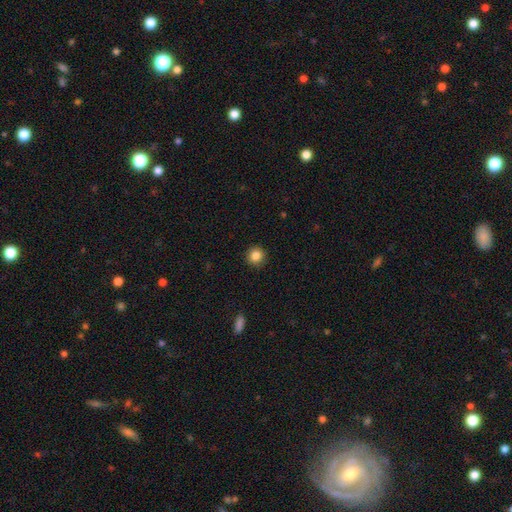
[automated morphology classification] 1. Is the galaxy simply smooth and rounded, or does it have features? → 85% smooth, 10% star or artifact, 4% featured or disk.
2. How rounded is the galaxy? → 94% round, 5% in between, 1% cigar-shaped.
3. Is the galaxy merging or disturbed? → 92% none, 6% minor disturbance, 2% major disturbance, 1% merger.